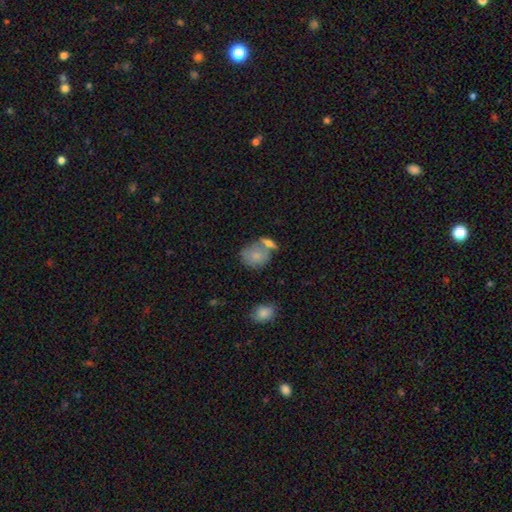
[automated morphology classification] The model was most divided on "merging": none: 39%, merger: 38%, minor disturbance: 16%, major disturbance: 7%. More confident: smooth or featured — smooth (77%); how rounded — round (55%).